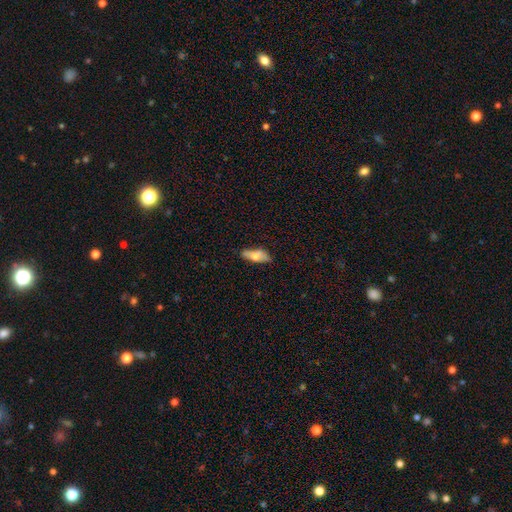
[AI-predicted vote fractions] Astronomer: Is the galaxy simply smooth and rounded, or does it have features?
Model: smooth — 69%.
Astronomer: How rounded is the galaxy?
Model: in between — 70%.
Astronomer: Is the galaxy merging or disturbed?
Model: none — 76%.